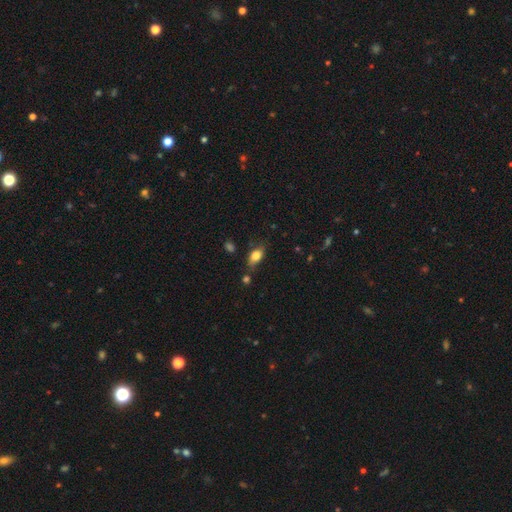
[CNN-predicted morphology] Q: Smooth or featured?
A: smooth (80%); runner-up: featured or disk (12%)
Q: How rounded?
A: in between (85%); runner-up: round (10%)
Q: Merging?
A: none (63%); runner-up: minor disturbance (24%)